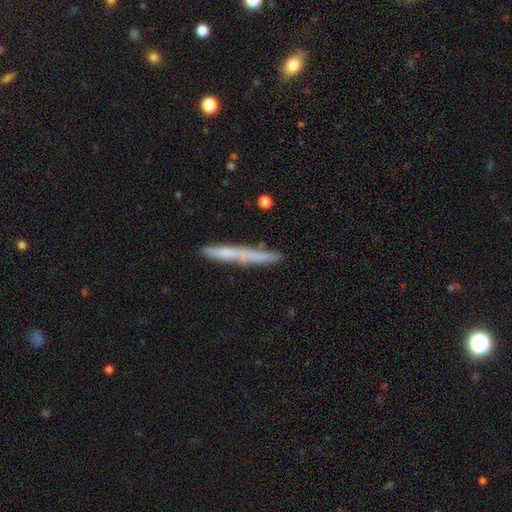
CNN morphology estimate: smooth 60%, featured or disk 33%, star or artifact 7%. Down the decision tree: how rounded — cigar-shaped (95%); merging — none (70%).